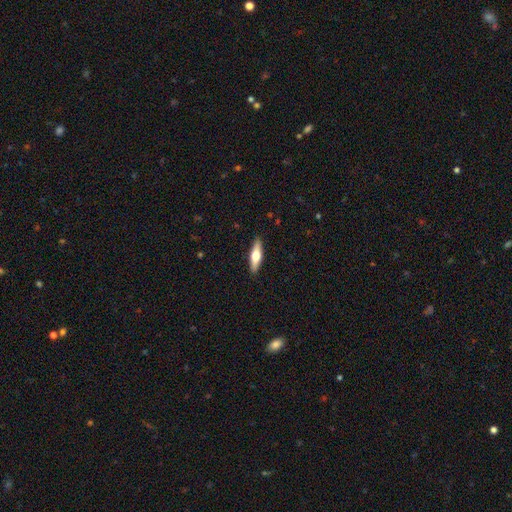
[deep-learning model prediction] Overall: smooth (50%; featured or disk 45%). Merging: none (90%).